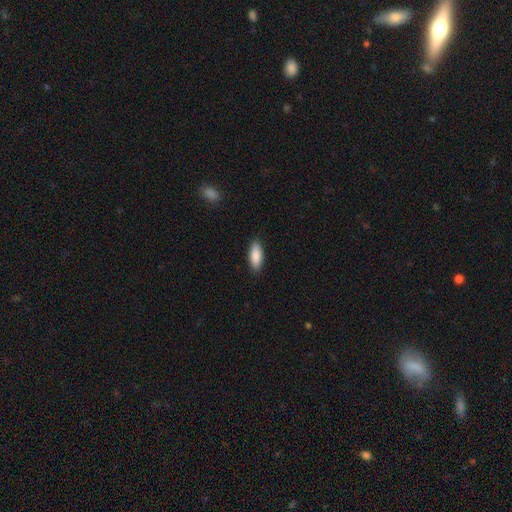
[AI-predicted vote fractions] smooth 88%, featured or disk 6%, star or artifact 6%. Down the decision tree: how rounded — in between (76%); merging — none (88%).